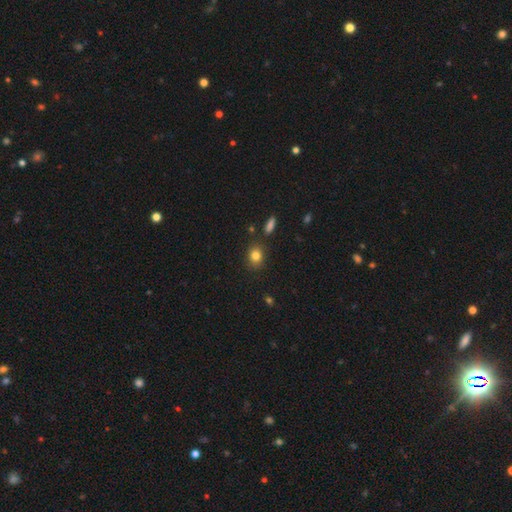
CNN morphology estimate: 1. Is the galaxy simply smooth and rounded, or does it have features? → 82% smooth, 11% star or artifact, 7% featured or disk.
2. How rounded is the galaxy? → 53% round, 45% in between, 1% cigar-shaped.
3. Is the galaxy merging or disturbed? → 84% none, 10% minor disturbance, 4% merger, 3% major disturbance.